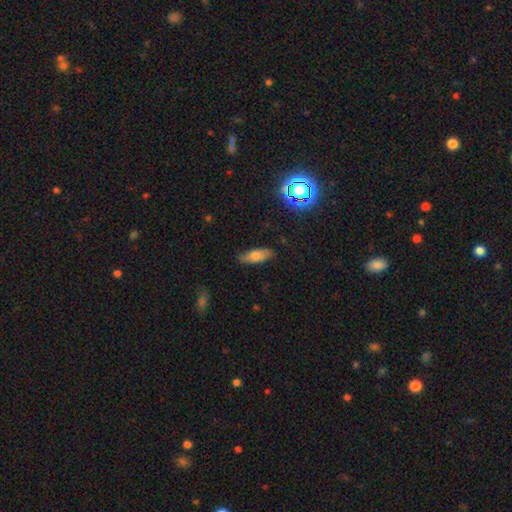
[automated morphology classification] smooth-or-featured: smooth: 72% | featured or disk: 17% | star or artifact: 10%
  how-rounded: in between: 70% | cigar-shaped: 27% | round: 3%
  merging: none: 80% | minor disturbance: 16% | major disturbance: 3% | merger: 1%